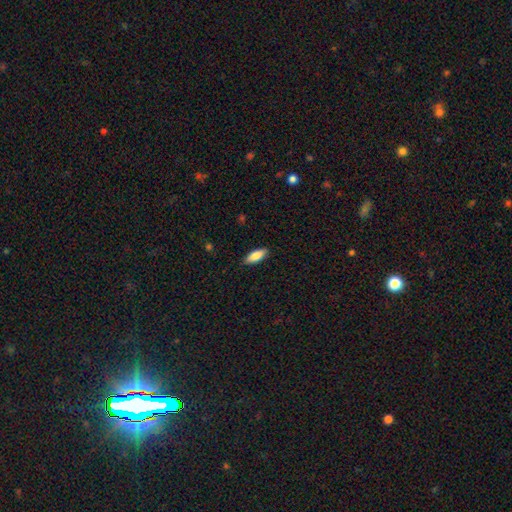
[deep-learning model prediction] Q: Smooth or featured?
A: smooth (83%); runner-up: featured or disk (11%)
Q: How rounded?
A: in between (71%); runner-up: cigar-shaped (27%)
Q: Merging?
A: none (88%); runner-up: minor disturbance (9%)